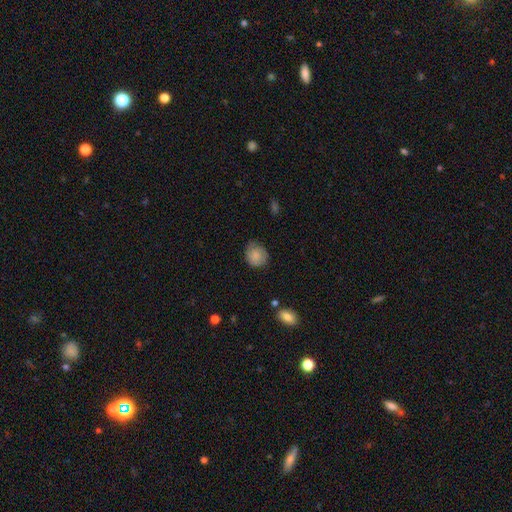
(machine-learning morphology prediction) This is clearly a smooth galaxy (81%). How rounded: likely round (76%). Merging: likely none (66%).